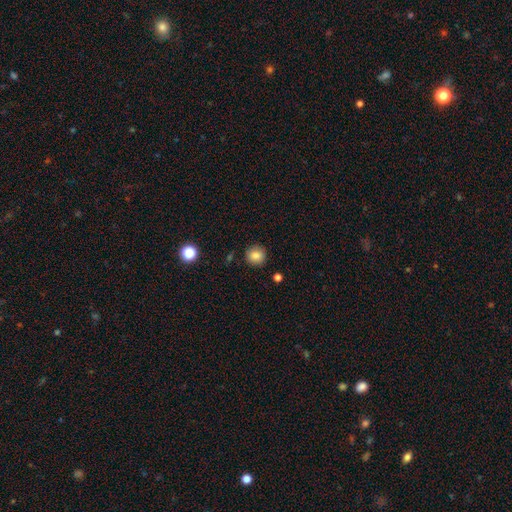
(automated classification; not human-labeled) Smooth or featured?
  - smooth: 84% *
  - star or artifact: 10%
  - featured or disk: 6%
How rounded?
  - round: 89% *
  - in between: 10%
  - cigar-shaped: 1%
Merging?
  - none: 87% *
  - minor disturbance: 8%
  - major disturbance: 2%
  - merger: 2%